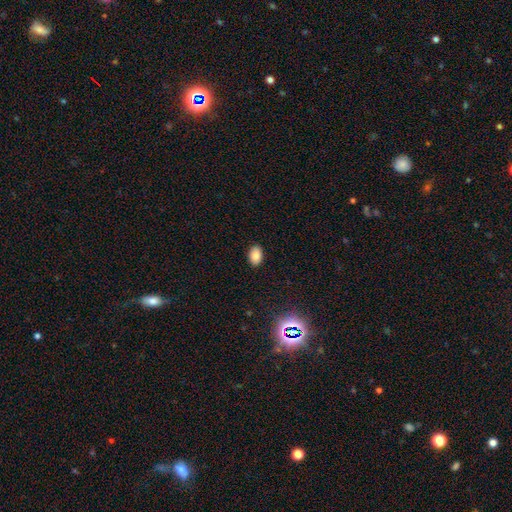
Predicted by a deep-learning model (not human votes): Overall: smooth (83%). How rounded: in between (87%). Merging: none (89%).